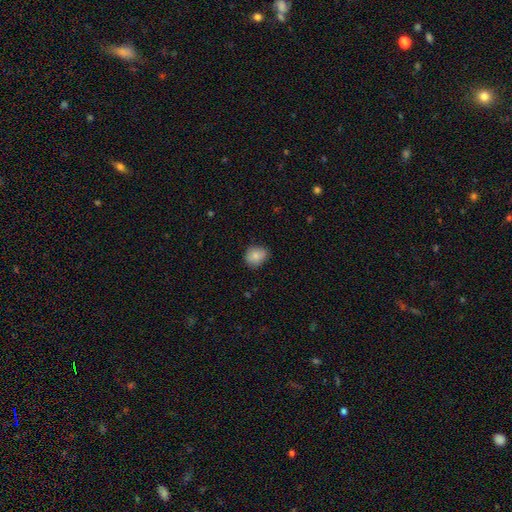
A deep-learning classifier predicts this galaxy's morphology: This appears to be a smooth galaxy with no disk features (83%) that is round (63%). Merging: none (78%).